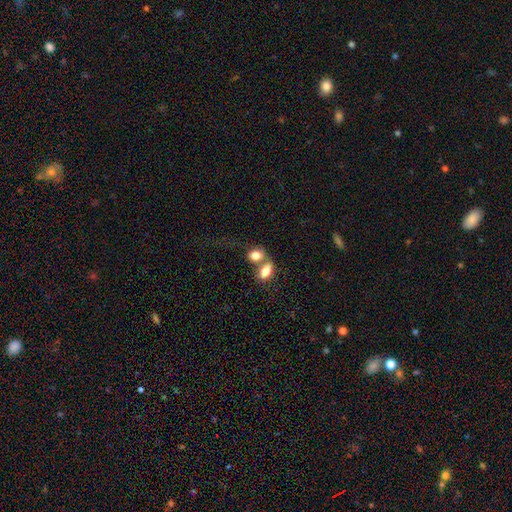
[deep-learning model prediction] Q: Smooth or featured?
A: smooth (80%); runner-up: featured or disk (12%)
Q: How rounded?
A: in between (78%); runner-up: round (20%)
Q: Merging?
A: merger (60%); runner-up: none (26%)